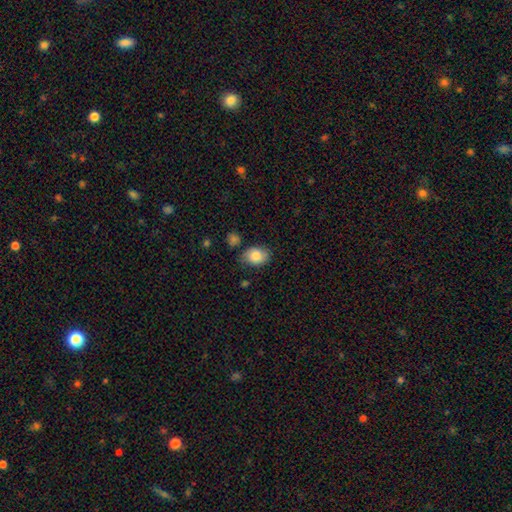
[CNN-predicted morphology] Smooth or featured? smooth (82%)
How rounded? in between (67%)
Merging? none (74%)